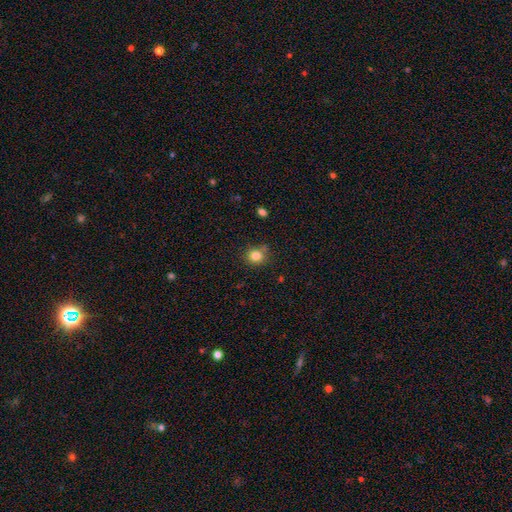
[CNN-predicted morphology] This appears to be a smooth galaxy with no disk features (82%) that is round (85%). Merging: none (75%).